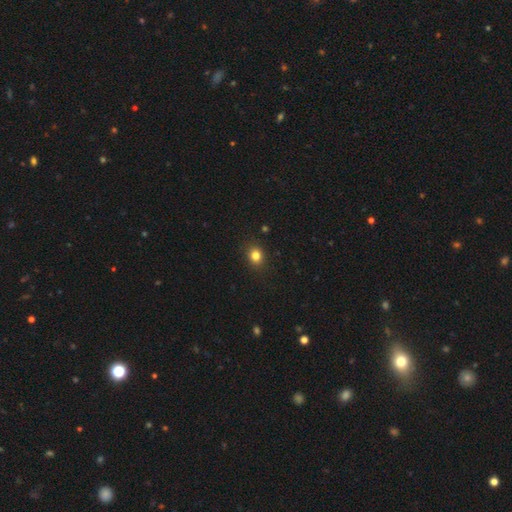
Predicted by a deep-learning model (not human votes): Smooth or featured? smooth (82%)
How rounded? round (69%)
Merging? none (89%)